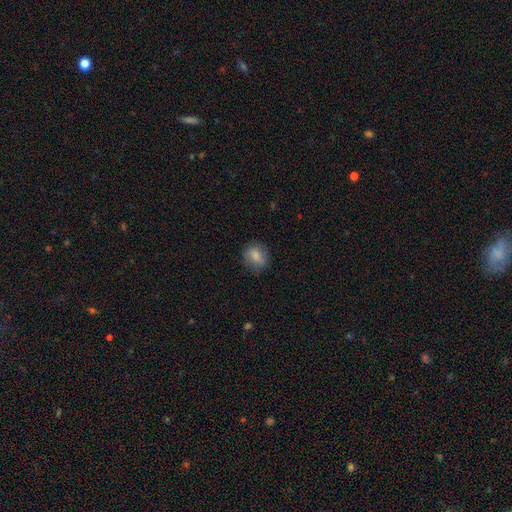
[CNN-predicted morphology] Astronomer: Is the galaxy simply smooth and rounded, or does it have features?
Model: smooth — 81%.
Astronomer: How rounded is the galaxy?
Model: round — 65%.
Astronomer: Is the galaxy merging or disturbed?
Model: none — 78%.